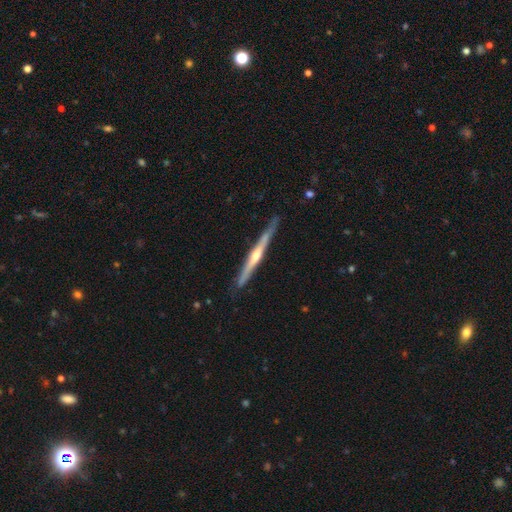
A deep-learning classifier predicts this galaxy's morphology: Q: Smooth or featured?
A: featured or disk (75%); runner-up: smooth (20%)
Q: Edge-on disk?
A: yes (98%); runner-up: no (2%)
Q: Edge-on bulge?
A: rounded (78%); runner-up: none (17%)
Q: Merging?
A: none (85%); runner-up: minor disturbance (11%)